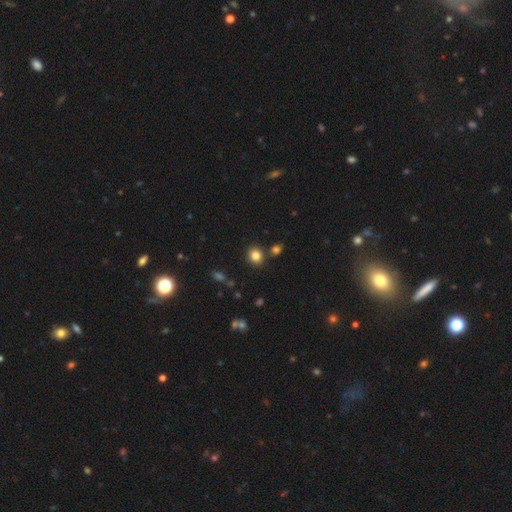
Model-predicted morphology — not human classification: A smooth galaxy with no disk features (83%) that is round (75%). Merging: none (81%).